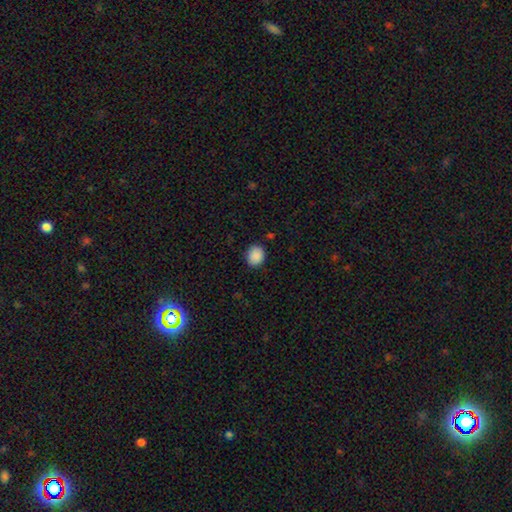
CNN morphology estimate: This appears to be a smooth galaxy with no disk features (89%) that is round (62%). Merging: none (86%).